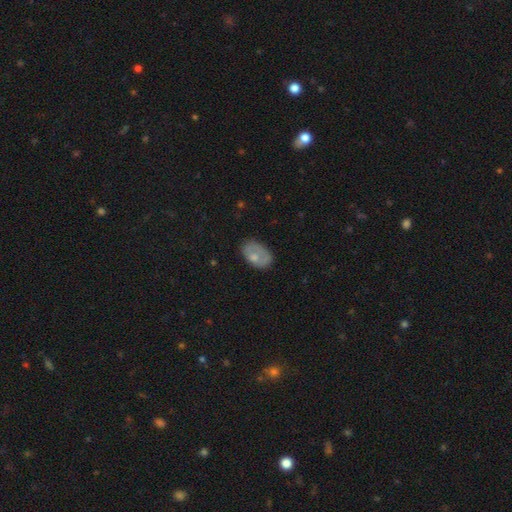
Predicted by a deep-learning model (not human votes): A smooth galaxy with no disk features (62%) that is in between round and cigar-shaped (87%). Merging: none (59%).